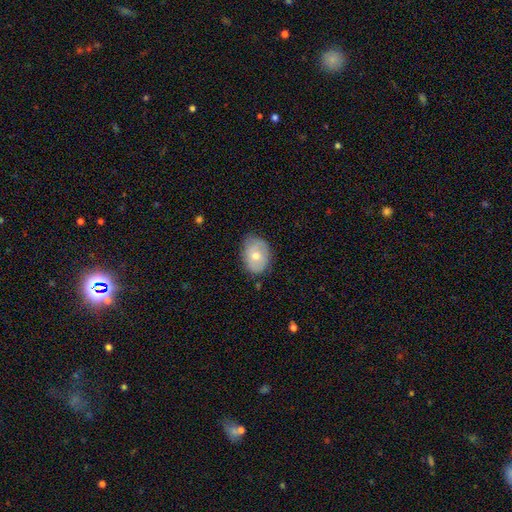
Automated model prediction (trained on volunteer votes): Smooth or featured? smooth (60%)
How rounded? in between (69%)
Merging? none (72%)